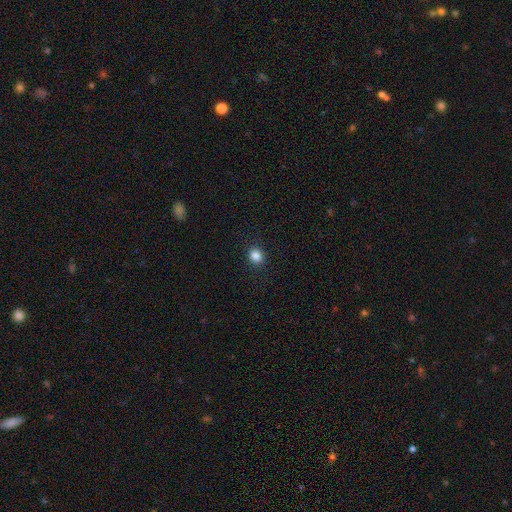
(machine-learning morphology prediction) smooth-or-featured: smooth: 85% | star or artifact: 11% | featured or disk: 4%
  how-rounded: round: 77% | in between: 22% | cigar-shaped: 1%
  merging: none: 91% | minor disturbance: 6% | major disturbance: 2% | merger: 1%